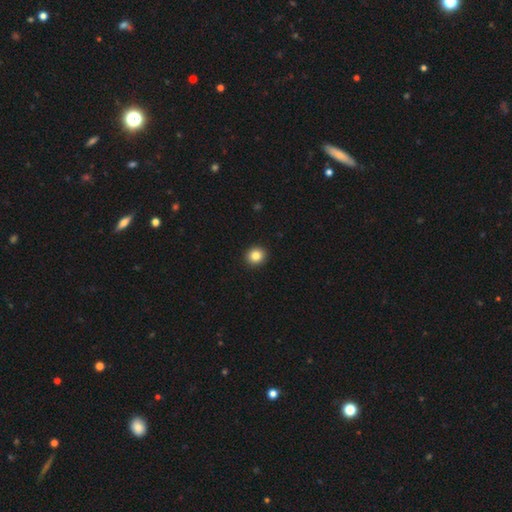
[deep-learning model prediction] Smooth or featured?
  - smooth: 84% *
  - star or artifact: 10%
  - featured or disk: 6%
How rounded?
  - round: 89% *
  - in between: 10%
  - cigar-shaped: 1%
Merging?
  - none: 93% *
  - minor disturbance: 4%
  - major disturbance: 1%
  - merger: 1%